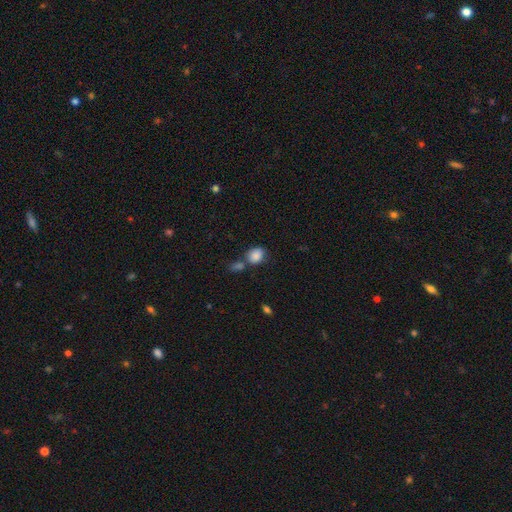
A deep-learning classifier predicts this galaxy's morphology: Smooth or featured?
  - smooth: 86% *
  - star or artifact: 9%
  - featured or disk: 5%
How rounded?
  - round: 54% *
  - in between: 44%
  - cigar-shaped: 1%
Merging?
  - none: 57% *
  - merger: 26%
  - minor disturbance: 13%
  - major disturbance: 5%